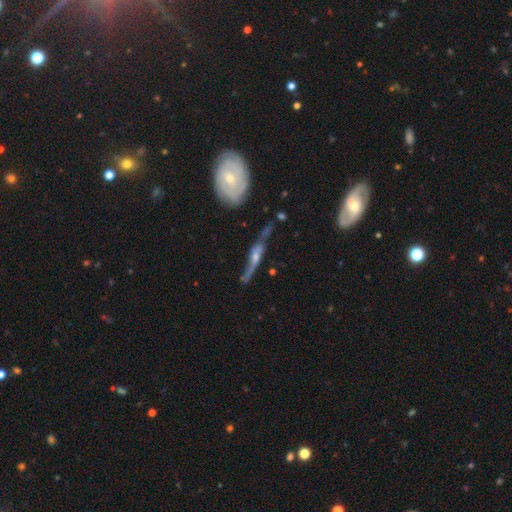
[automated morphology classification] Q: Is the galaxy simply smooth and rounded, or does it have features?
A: featured or disk — 73%.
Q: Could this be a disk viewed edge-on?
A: yes — 66%.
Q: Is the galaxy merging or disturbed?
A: none — 70%.